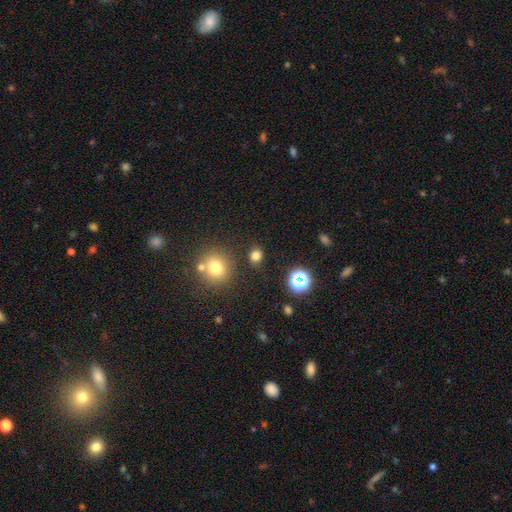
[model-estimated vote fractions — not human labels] This is likely a smooth galaxy (76%). How rounded: likely round (69%). Merging: clearly none (81%).